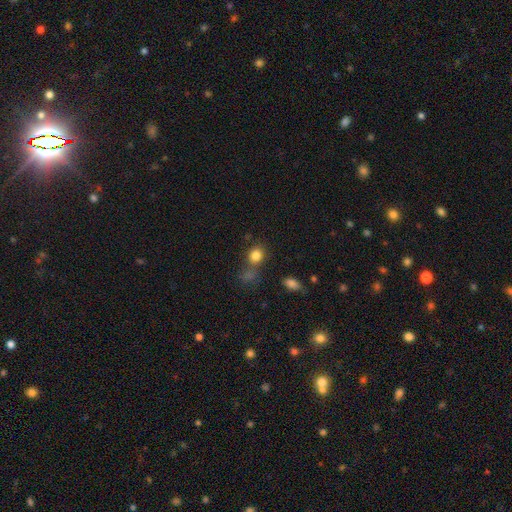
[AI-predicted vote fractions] Smooth or featured?
  - smooth: 82% *
  - star or artifact: 12%
  - featured or disk: 6%
How rounded?
  - round: 68% *
  - in between: 31%
  - cigar-shaped: 1%
Merging?
  - none: 61% *
  - merger: 20%
  - minor disturbance: 13%
  - major disturbance: 6%